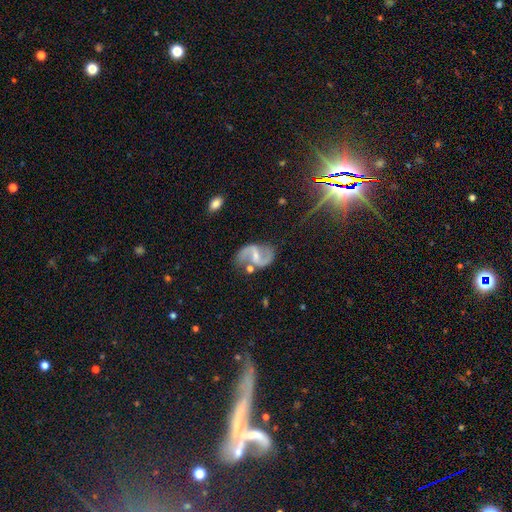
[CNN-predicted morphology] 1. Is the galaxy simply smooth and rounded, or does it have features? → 88% featured or disk, 7% smooth, 5% star or artifact.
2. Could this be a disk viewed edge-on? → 98% no, 2% yes.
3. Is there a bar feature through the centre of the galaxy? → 45% weak, 38% strong, 17% no.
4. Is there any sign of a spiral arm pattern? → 95% yes, 5% no.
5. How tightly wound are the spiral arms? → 52% loose, 40% medium, 8% tight.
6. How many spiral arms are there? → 93% 2, 2% can't tell, 2% 1, 1% 3, 1% 4, 1% more than 4.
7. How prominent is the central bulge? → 56% small, 27% moderate, 14% none, 2% large, 1% dominant.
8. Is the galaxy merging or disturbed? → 70% none, 17% minor disturbance, 7% major disturbance, 6% merger.